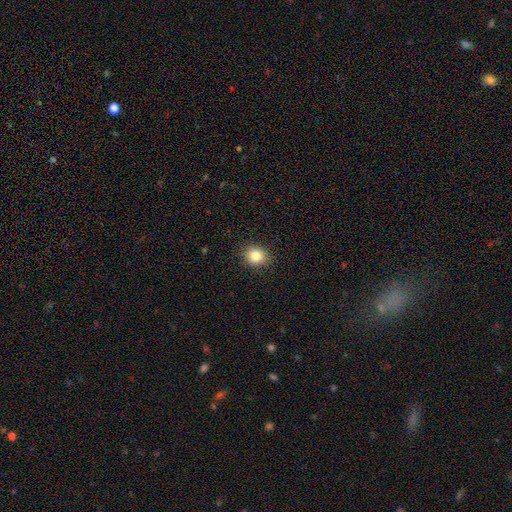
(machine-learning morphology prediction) A smooth galaxy with no disk features (84%) that is round (71%). Merging: none (90%).